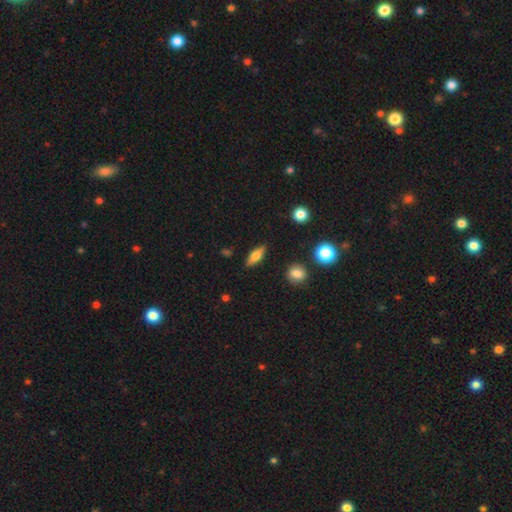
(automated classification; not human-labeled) Overall: smooth (60%; featured or disk 32%). How rounded: in between (58%; cigar-shaped 36%). Merging: none (87%).